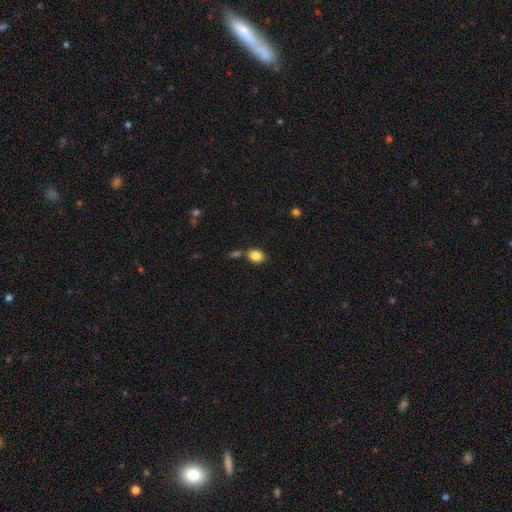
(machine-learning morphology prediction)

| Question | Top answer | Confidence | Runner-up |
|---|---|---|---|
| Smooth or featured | smooth | 86% | star or artifact (9%) |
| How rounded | in between | 72% | round (27%) |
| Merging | none | 68% | merger (15%) |